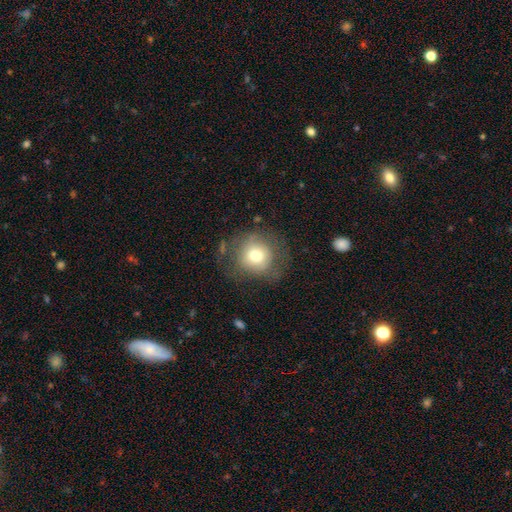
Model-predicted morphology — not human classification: smooth_or_featured: smooth (p=0.69) [alt: featured or disk p=0.21]
how_rounded: round (p=0.88) [alt: in between p=0.11]
merging: none (p=0.66) [alt: minor disturbance p=0.19]